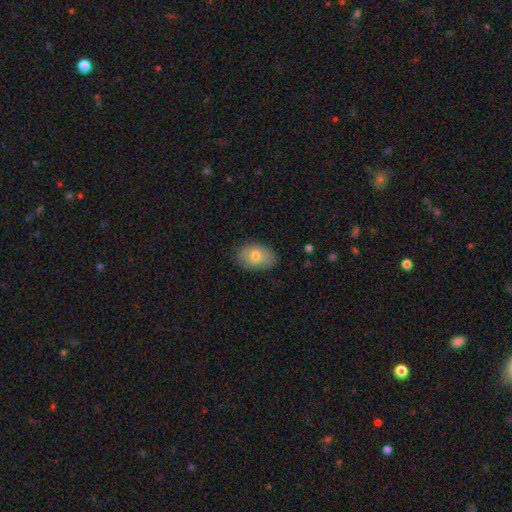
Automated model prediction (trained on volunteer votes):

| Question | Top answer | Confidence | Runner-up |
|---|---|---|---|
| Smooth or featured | smooth | 75% | featured or disk (18%) |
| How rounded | in between | 87% | round (11%) |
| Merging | none | 83% | minor disturbance (13%) |